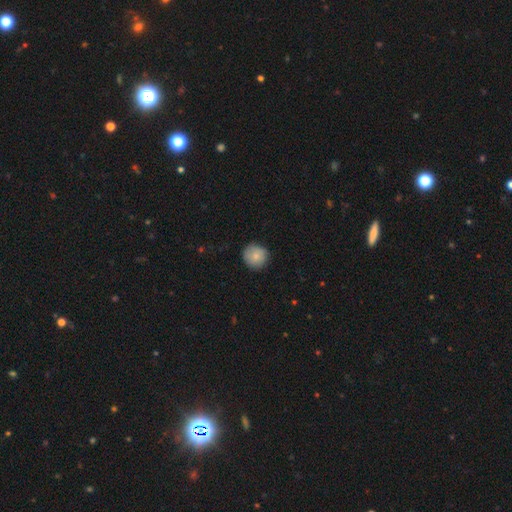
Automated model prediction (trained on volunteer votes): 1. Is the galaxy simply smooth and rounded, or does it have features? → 82% smooth, 11% featured or disk, 7% star or artifact.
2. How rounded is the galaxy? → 93% round, 6% in between, 1% cigar-shaped.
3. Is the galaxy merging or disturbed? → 83% none, 13% minor disturbance, 3% major disturbance, 1% merger.